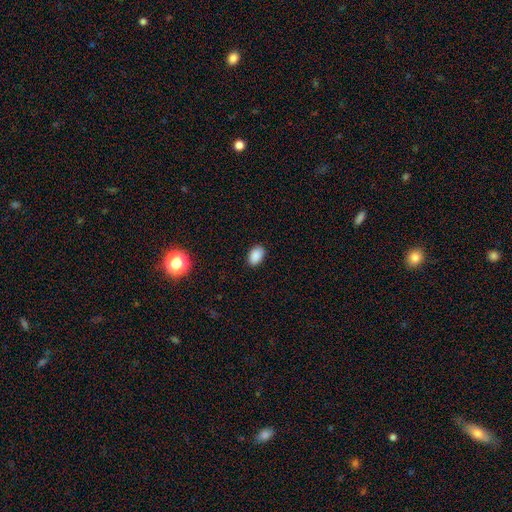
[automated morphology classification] A smooth galaxy with no disk features (88%) that is in between round and cigar-shaped (86%). Merging: none (88%).